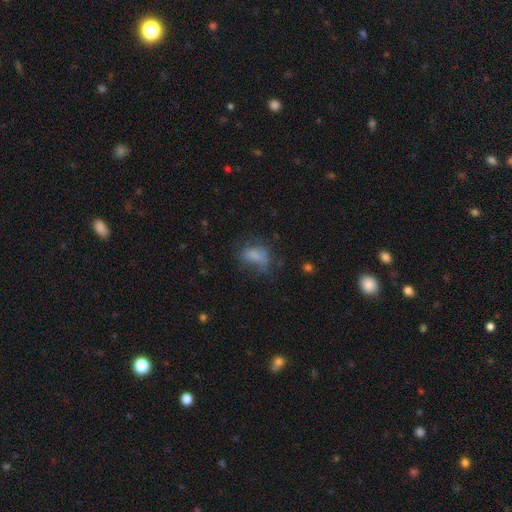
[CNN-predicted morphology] Overall: smooth (67%). How rounded: in between (82%). Merging: none (39%; major disturbance 30%).